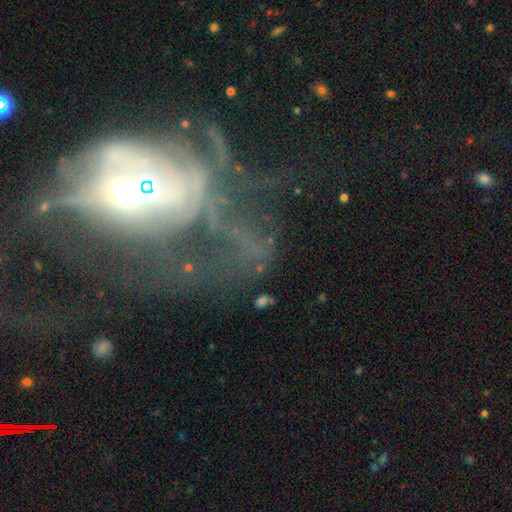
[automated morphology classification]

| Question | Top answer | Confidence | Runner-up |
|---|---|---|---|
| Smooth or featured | featured or disk | 65% | star or artifact (19%) |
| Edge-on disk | no | 94% | yes (6%) |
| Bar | no | 66% | weak (21%) |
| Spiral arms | yes | 57% | no (43%) |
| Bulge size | small | 43% | moderate (42%) |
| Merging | major disturbance | 37% | none (27%) |